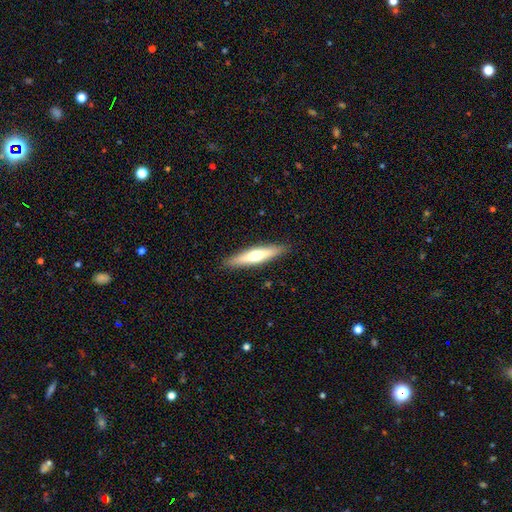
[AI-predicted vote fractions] smooth-or-featured: featured or disk: 50% | smooth: 44% | star or artifact: 5%
  disk-edge-on: yes: 94% | no: 6%
  merging: none: 90% | minor disturbance: 7% | major disturbance: 2% | merger: 1%